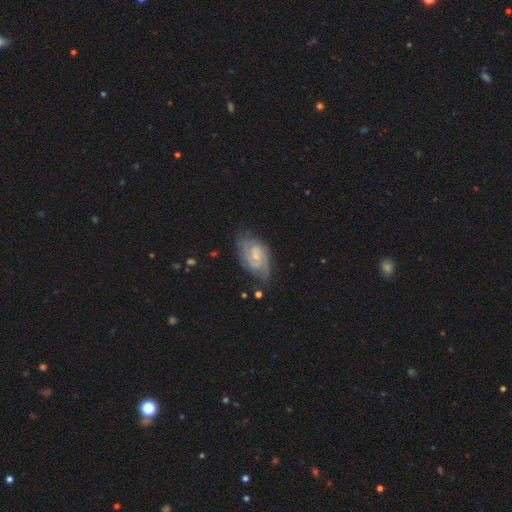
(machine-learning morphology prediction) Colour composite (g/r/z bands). It shows a featured or disk galaxy (86%) with a weak bar (52%), 2 (69%) tight (55%) spiral arms (97%) and a small central bulge (62%). Merging: none (71%).